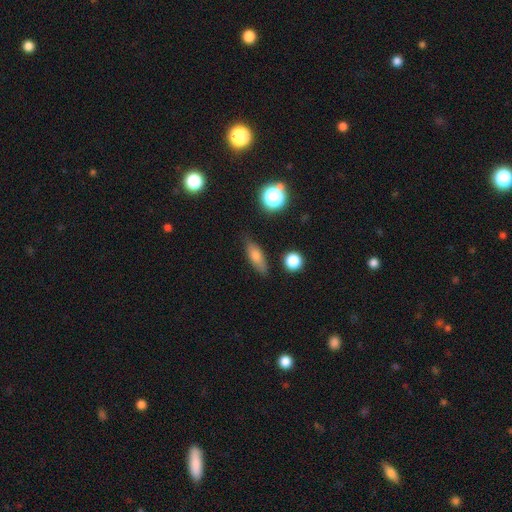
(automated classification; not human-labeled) A smooth galaxy with no disk features (69%) that is in between round and cigar-shaped (52%).

Vote fractions:
- Smooth or featured? smooth: 69% / featured or disk: 20% / star or artifact: 11%
- How rounded? in between: 52% / cigar-shaped: 42% / round: 7%
- Merging? none: 81% / minor disturbance: 14% / major disturbance: 3% / merger: 2%